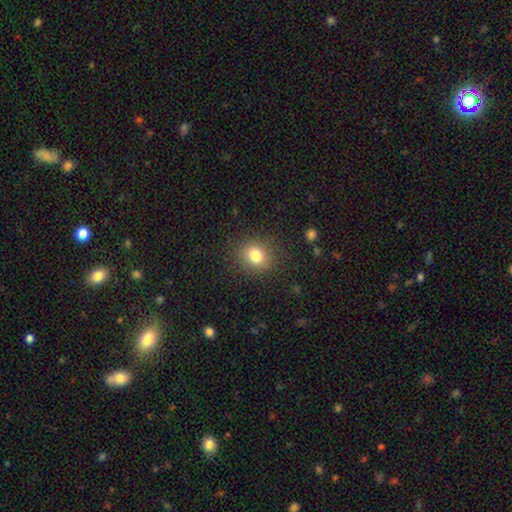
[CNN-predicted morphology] type=smooth (80%); roundness=round (74%); merging=none (86%).